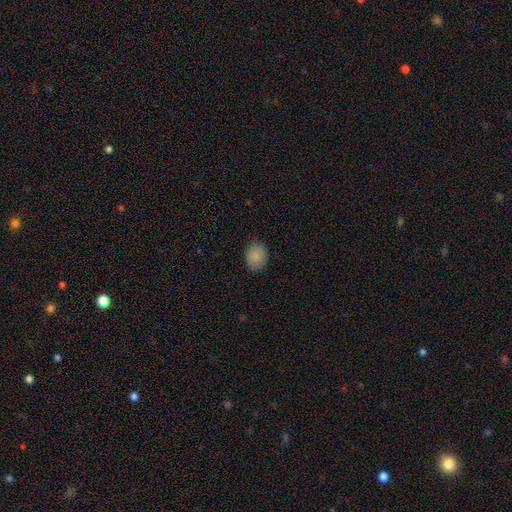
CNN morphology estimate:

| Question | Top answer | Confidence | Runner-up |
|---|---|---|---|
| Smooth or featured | smooth | 87% | star or artifact (8%) |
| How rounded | round | 51% | in between (48%) |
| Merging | none | 86% | minor disturbance (10%) |